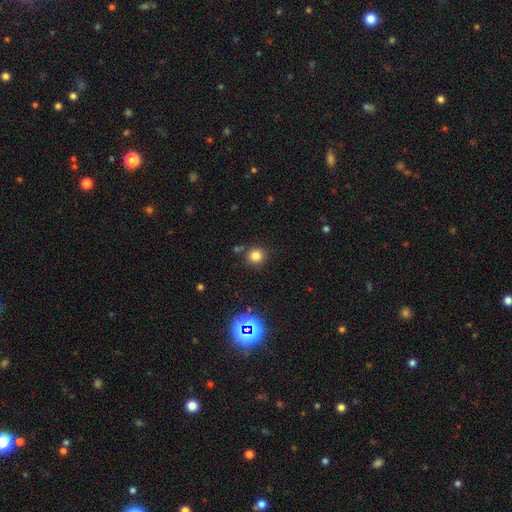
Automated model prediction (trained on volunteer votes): smooth_or_featured: smooth (p=0.79) [alt: star or artifact p=0.16]
how_rounded: round (p=0.92) [alt: in between p=0.07]
merging: none (p=0.82) [alt: minor disturbance p=0.08]